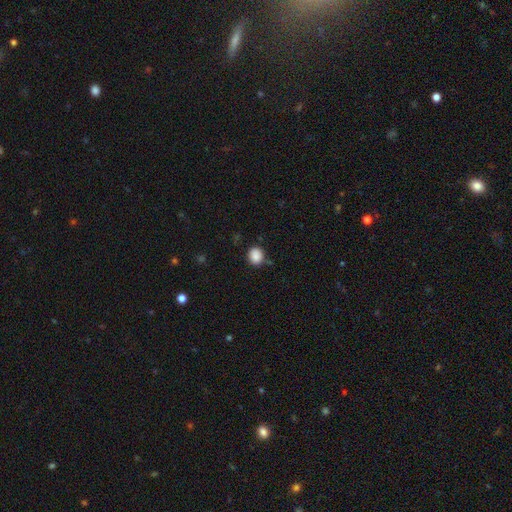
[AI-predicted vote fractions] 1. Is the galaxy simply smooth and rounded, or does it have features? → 87% smooth, 9% star or artifact, 4% featured or disk.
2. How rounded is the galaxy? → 72% round, 27% in between, 1% cigar-shaped.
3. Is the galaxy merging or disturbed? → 79% none, 13% minor disturbance, 4% merger, 3% major disturbance.